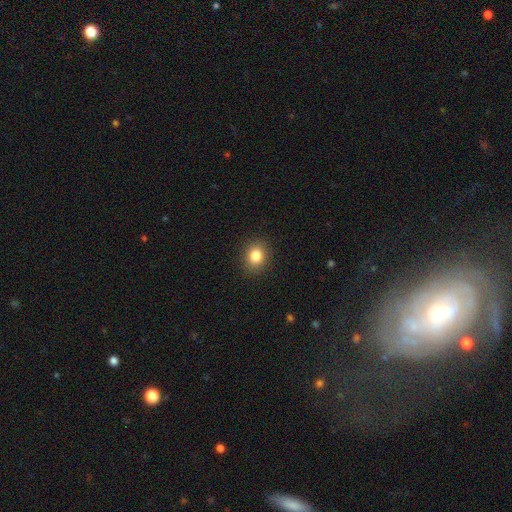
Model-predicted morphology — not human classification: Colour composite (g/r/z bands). It shows a smooth galaxy with no disk features (84%) that is round (66%). Merging: none (89%).